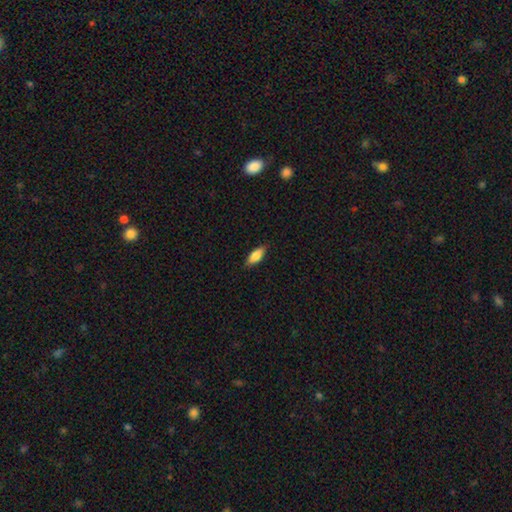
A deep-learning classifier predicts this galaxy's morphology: This appears to be a smooth galaxy with no disk features (84%) that is in between round and cigar-shaped (79%). Merging: none (85%).